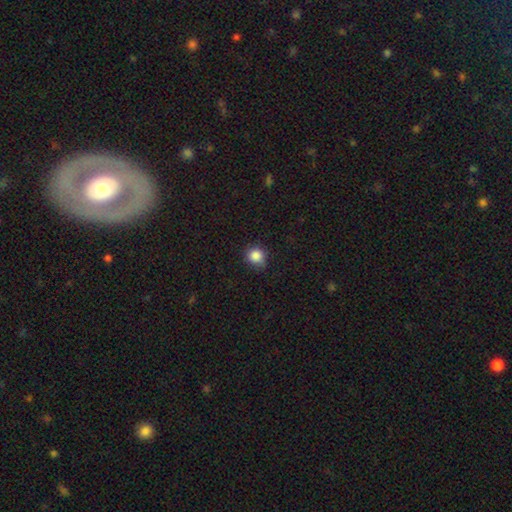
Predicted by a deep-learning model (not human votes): Smooth or featured? smooth (86%)
How rounded? round (87%)
Merging? none (78%)